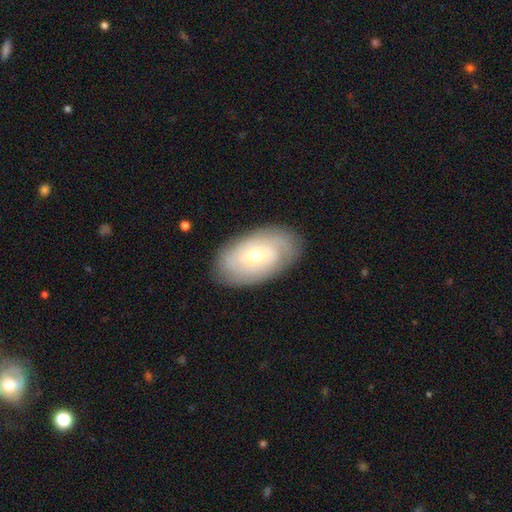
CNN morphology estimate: smooth_or_featured: featured or disk (p=0.65) [alt: smooth p=0.29]
disk_edge_on: no (p=0.92) [alt: yes p=0.08]
bar: no (p=0.68) [alt: weak p=0.26]
has_spiral_arms: yes (p=0.77) [alt: no p=0.23]
bulge_size: moderate (p=0.56) [alt: small p=0.39]
merging: none (p=0.82) [alt: minor disturbance p=0.13]